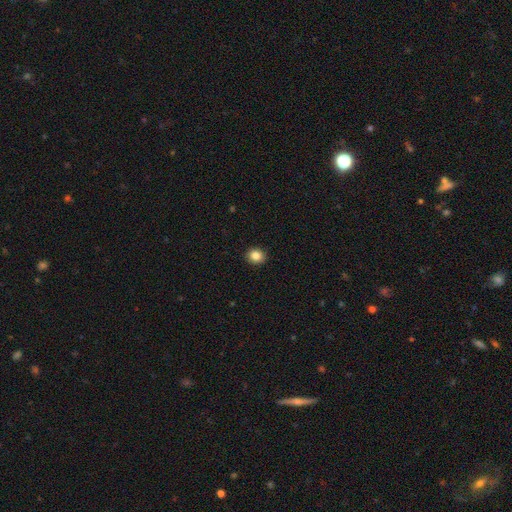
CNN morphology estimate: A smooth galaxy with no disk features (85%) that is round (76%).

Vote fractions:
- Smooth or featured? smooth: 85% / star or artifact: 10% / featured or disk: 5%
- How rounded? round: 76% / in between: 23% / cigar-shaped: 1%
- Merging? none: 92% / minor disturbance: 6% / major disturbance: 2% / merger: 1%